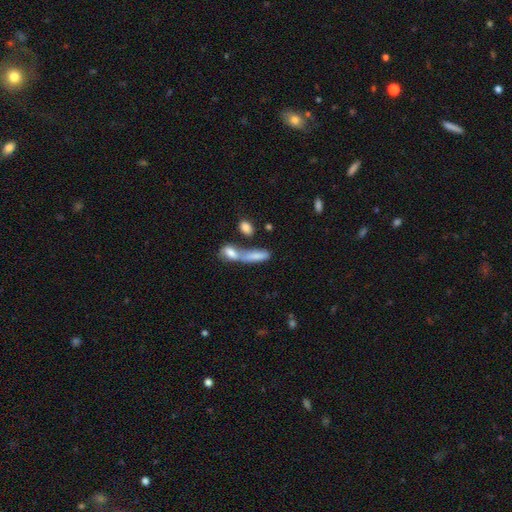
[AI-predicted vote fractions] Smooth or featured? smooth (75%)
How rounded? in between (52%)
Merging? merger (61%)